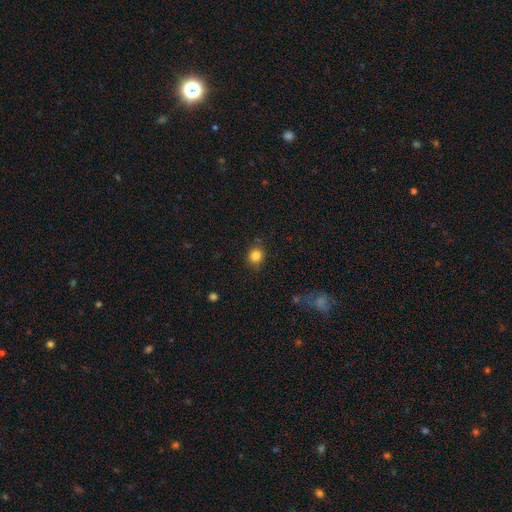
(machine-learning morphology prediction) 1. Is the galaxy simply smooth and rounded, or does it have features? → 84% smooth, 11% star or artifact, 5% featured or disk.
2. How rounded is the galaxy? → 82% round, 17% in between, 1% cigar-shaped.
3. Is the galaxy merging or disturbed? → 84% none, 11% minor disturbance, 3% major disturbance, 2% merger.